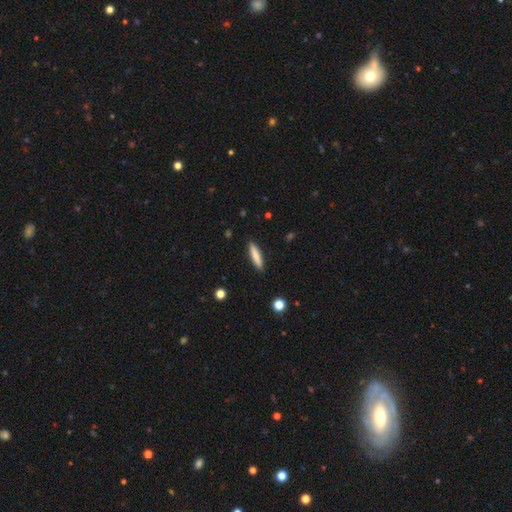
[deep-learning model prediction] Morphology: type=smooth (80%); roundness=cigar-shaped (84%); merging=none (90%).